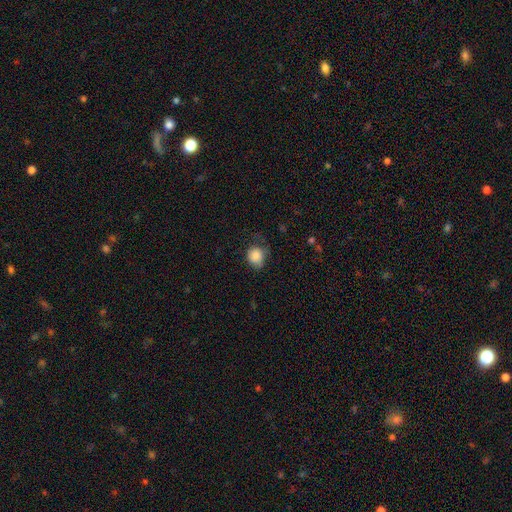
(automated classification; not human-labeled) smooth-or-featured: smooth: 86% | star or artifact: 8% | featured or disk: 6%
  how-rounded: round: 72% | in between: 27% | cigar-shaped: 1%
  merging: none: 57% | minor disturbance: 30% | major disturbance: 11% | merger: 1%